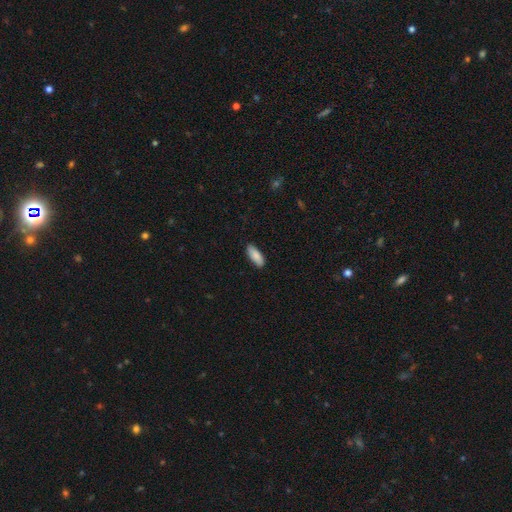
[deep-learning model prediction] The model was most divided on "how rounded": in between: 76%, cigar-shaped: 23%, round: 2%. More confident: merging — none (88%); smooth or featured — smooth (87%).